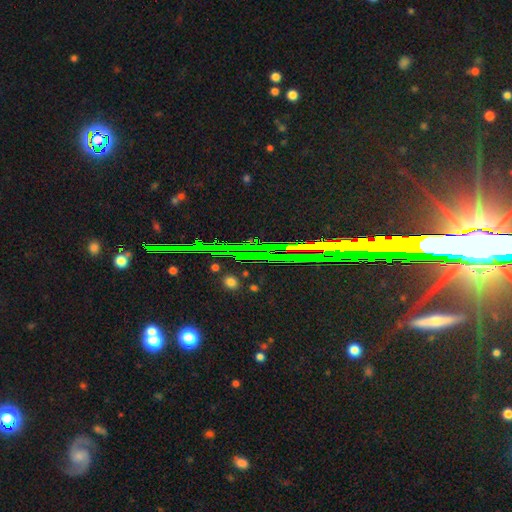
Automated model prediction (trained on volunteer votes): The model was most divided on "smooth or featured": star or artifact: 82%, featured or disk: 10%, smooth: 8%.